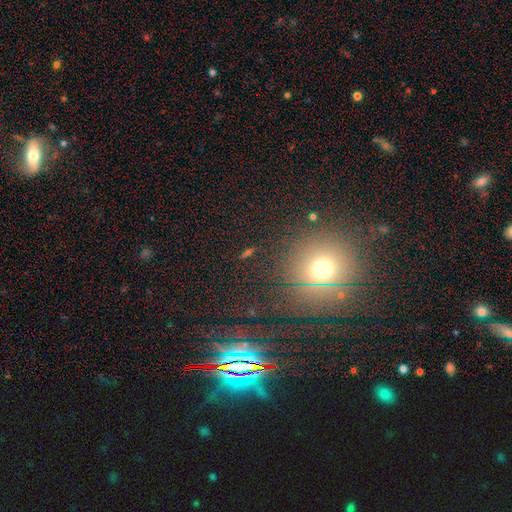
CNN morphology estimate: A star or artifact, not a galaxy (51%).

Vote fractions:
- Smooth or featured? star or artifact: 51% / smooth: 36% / featured or disk: 13%